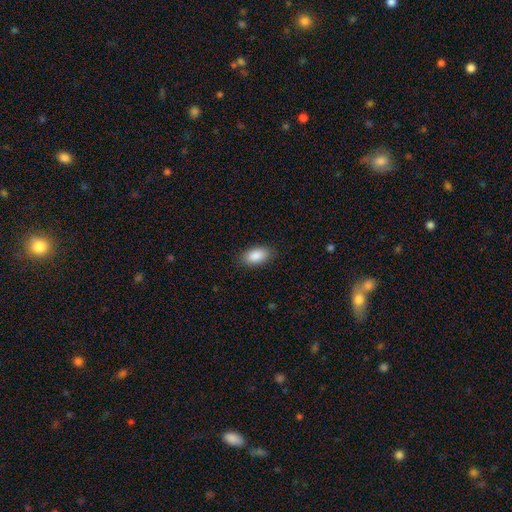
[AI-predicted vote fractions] A smooth galaxy with no disk features (89%) that is in between round and cigar-shaped (93%).

Vote fractions:
- Smooth or featured? smooth: 89% / star or artifact: 7% / featured or disk: 5%
- How rounded? in between: 93% / round: 4% / cigar-shaped: 3%
- Merging? none: 86% / minor disturbance: 10% / major disturbance: 3% / merger: 1%